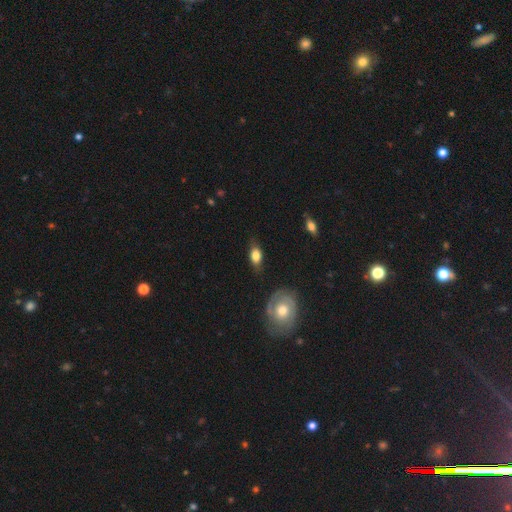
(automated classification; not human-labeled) This is likely a smooth galaxy (70%). How rounded: clearly in between (82%). Merging: likely none (71%).